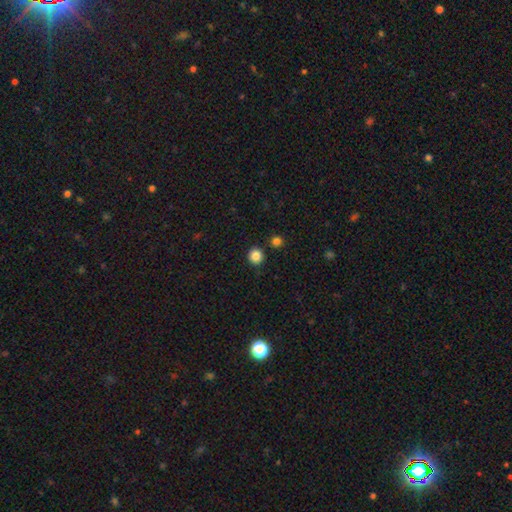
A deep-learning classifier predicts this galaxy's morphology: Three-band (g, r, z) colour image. It shows a smooth galaxy with no disk features (85%) that is round (93%). Merging: none (89%).